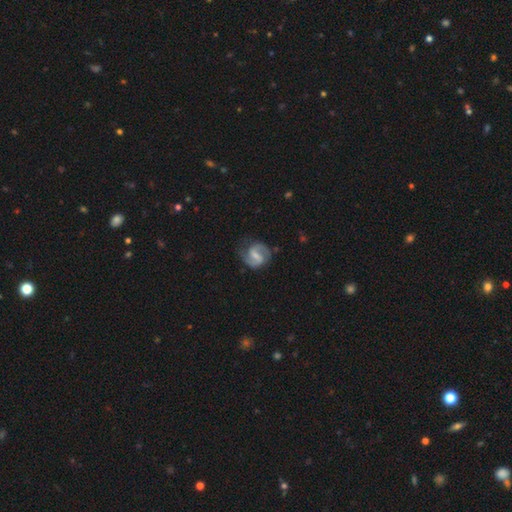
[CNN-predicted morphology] A featured or disk galaxy (82%) with a weak bar (50%), 2 (91%) medium (53%) spiral arms (96%) and a small central bulge (39%).

Vote fractions:
- Smooth or featured? featured or disk: 82% / smooth: 12% / star or artifact: 6%
- Edge-on disk? no: 98% / yes: 2%
- Bar? weak: 50% / strong: 35% / no: 15%
- Spiral arms? yes: 96% / no: 4%
- Spiral winding? medium: 53% / loose: 26% / tight: 21%
- Spiral arm count? 2: 91% / can't tell: 4% / 1: 3% / 3: 1% / 4: 1% / more than 4: 1%
- Bulge size? small: 39% / none: 30% / moderate: 26% / large: 4% / dominant: 1%
- Merging? none: 76% / minor disturbance: 16% / major disturbance: 7% / merger: 2%